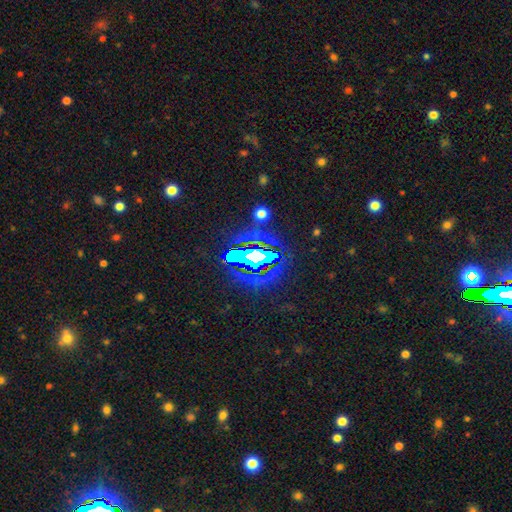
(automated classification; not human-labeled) Morphology: type=star or artifact (69%).